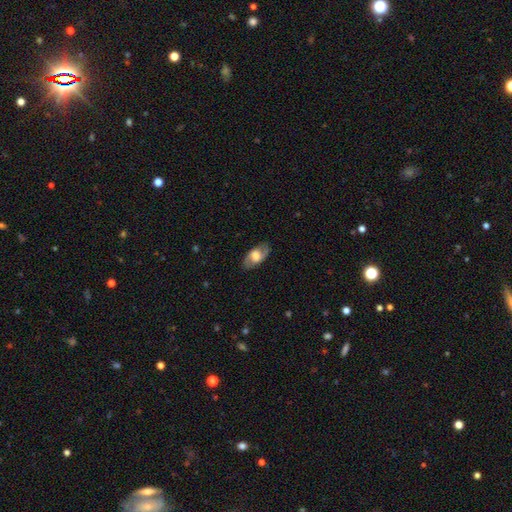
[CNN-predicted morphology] type=featured or disk (59%); edge-on=no (89%); bar=no (50%); spiral arms=yes (76%); bulge=large (46%); merging=none (83%).